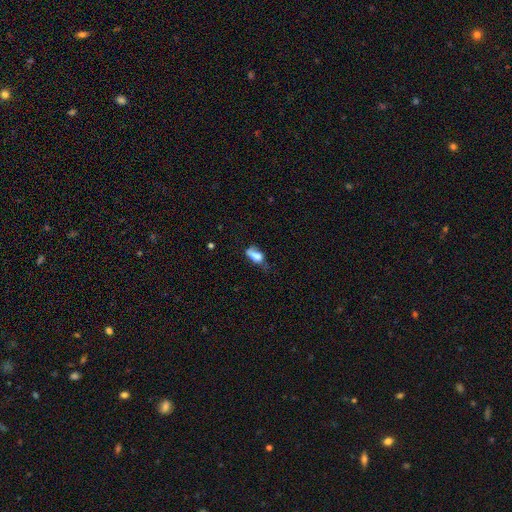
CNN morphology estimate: Smooth or featured? Predicted: smooth (p=0.72). How rounded? Predicted: in between (p=0.83). Merging? Predicted: minor disturbance (p=0.34).